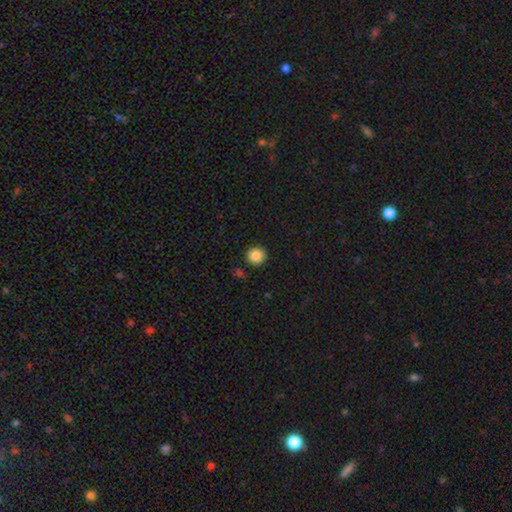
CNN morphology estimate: Q: Smooth or featured?
A: smooth (87%); runner-up: star or artifact (9%)
Q: How rounded?
A: round (94%); runner-up: in between (5%)
Q: Merging?
A: none (91%); runner-up: minor disturbance (5%)